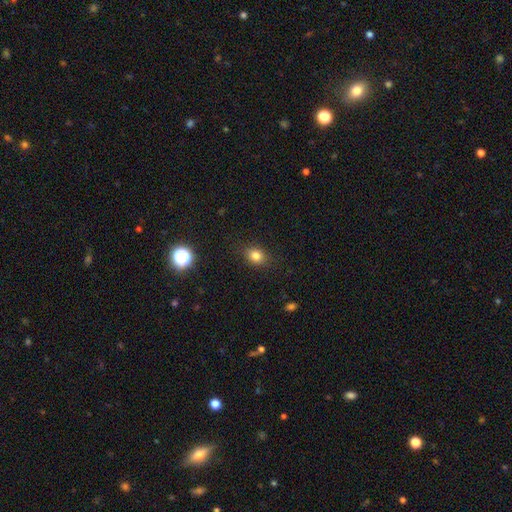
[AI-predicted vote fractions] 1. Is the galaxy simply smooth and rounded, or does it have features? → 81% smooth, 13% star or artifact, 6% featured or disk.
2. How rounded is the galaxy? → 51% round, 48% in between, 1% cigar-shaped.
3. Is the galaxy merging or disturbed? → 85% none, 10% minor disturbance, 3% major disturbance, 1% merger.